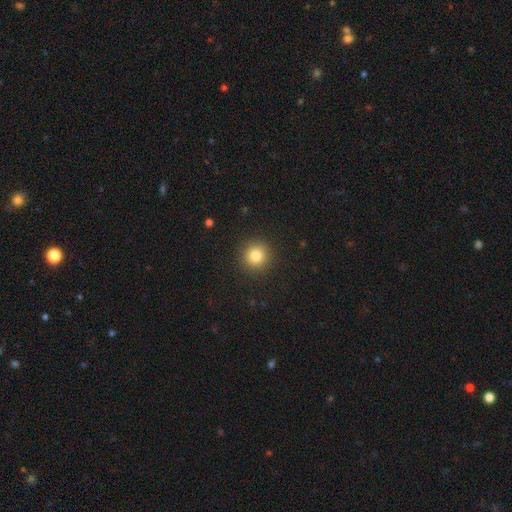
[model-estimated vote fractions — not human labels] Morphology: type=smooth (82%); roundness=round (94%); merging=none (91%).